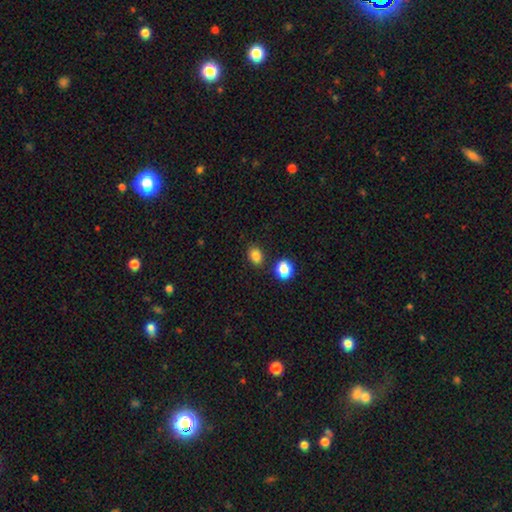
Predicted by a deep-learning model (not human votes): A smooth galaxy with no disk features (84%) that is in between round and cigar-shaped (62%).

Vote fractions:
- Smooth or featured? smooth: 84% / star or artifact: 12% / featured or disk: 4%
- How rounded? in between: 62% / round: 37% / cigar-shaped: 1%
- Merging? none: 81% / minor disturbance: 9% / merger: 7% / major disturbance: 3%